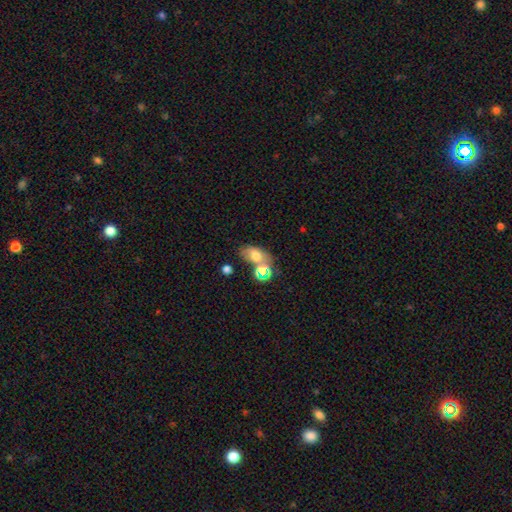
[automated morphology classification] Smooth or featured?
  - smooth: 68% *
  - featured or disk: 17%
  - star or artifact: 15%
How rounded?
  - in between: 81% *
  - round: 17%
  - cigar-shaped: 2%
Merging?
  - none: 51% *
  - merger: 27%
  - minor disturbance: 15%
  - major disturbance: 7%